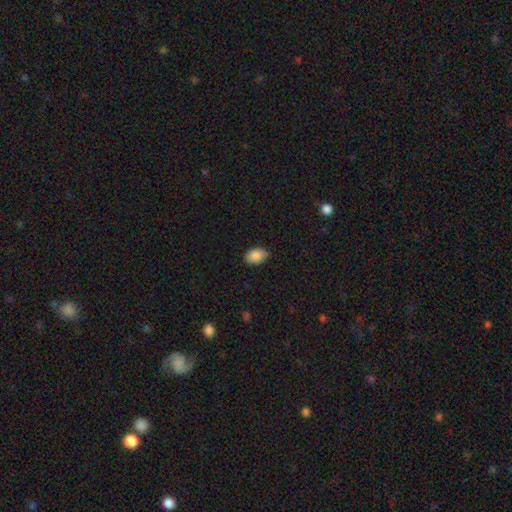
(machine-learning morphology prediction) A smooth galaxy with no disk features (87%) that is in between round and cigar-shaped (86%).

Vote fractions:
- Smooth or featured? smooth: 87% / star or artifact: 8% / featured or disk: 6%
- How rounded? in between: 86% / round: 13% / cigar-shaped: 1%
- Merging? none: 84% / minor disturbance: 13% / major disturbance: 2% / merger: 1%